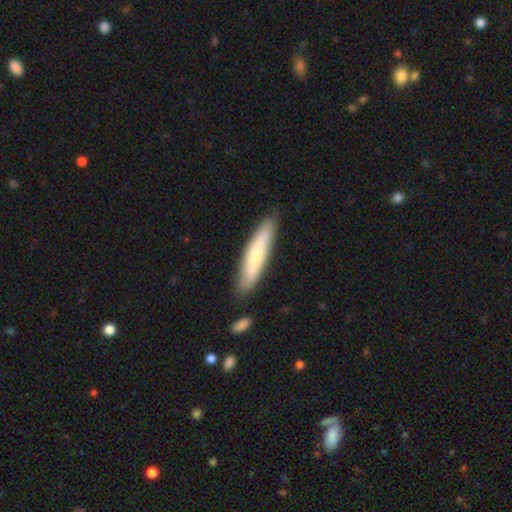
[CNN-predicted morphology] Overall: smooth (59%; featured or disk 35%). How rounded: cigar-shaped (84%). Merging: none (82%).